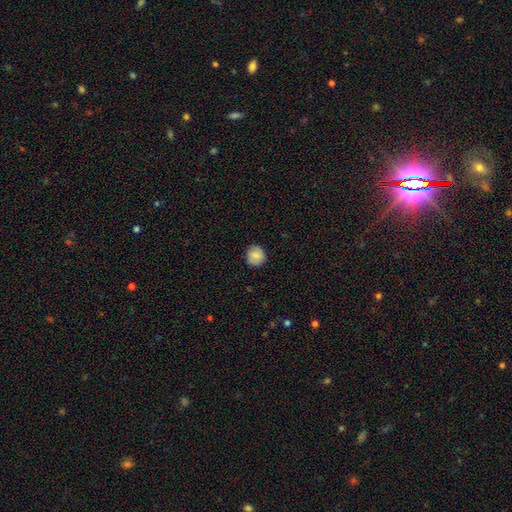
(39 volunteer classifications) Overall: smooth (87%). How rounded: round (91%). Merging: none (94%).